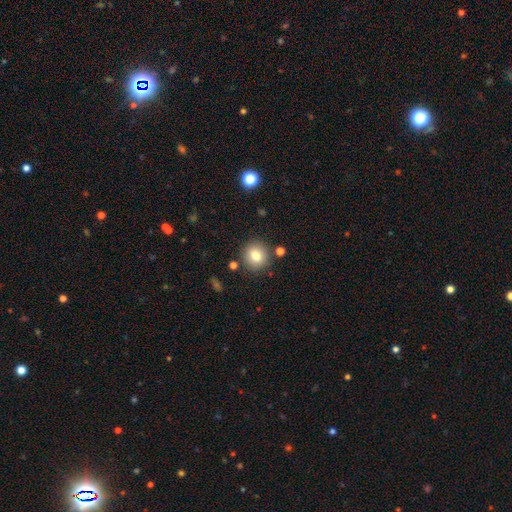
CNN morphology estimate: Q: Smooth or featured?
A: smooth (79%); runner-up: star or artifact (11%)
Q: How rounded?
A: round (88%); runner-up: in between (11%)
Q: Merging?
A: none (85%); runner-up: minor disturbance (8%)